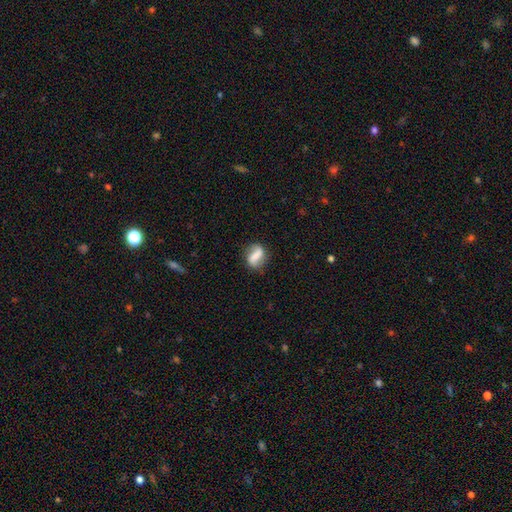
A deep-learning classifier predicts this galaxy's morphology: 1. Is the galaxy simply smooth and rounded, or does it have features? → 46% featured or disk, 45% smooth, 9% star or artifact.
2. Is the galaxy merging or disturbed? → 74% none, 17% minor disturbance, 7% major disturbance, 2% merger.